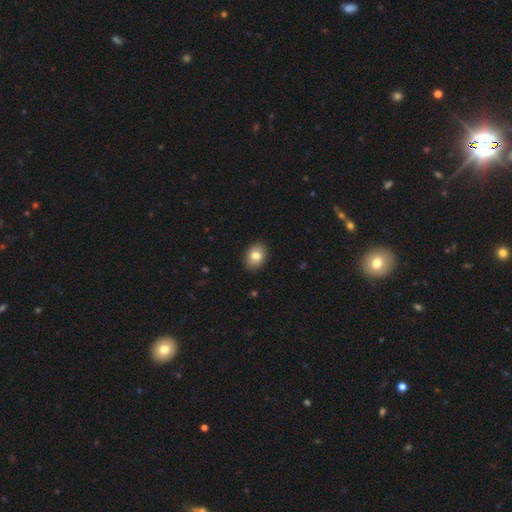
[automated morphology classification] Smooth or featured: smooth — 82% (featured or disk — 10%)
How rounded: in between — 73% (round — 26%)
Merging: none — 90% (minor disturbance — 7%)